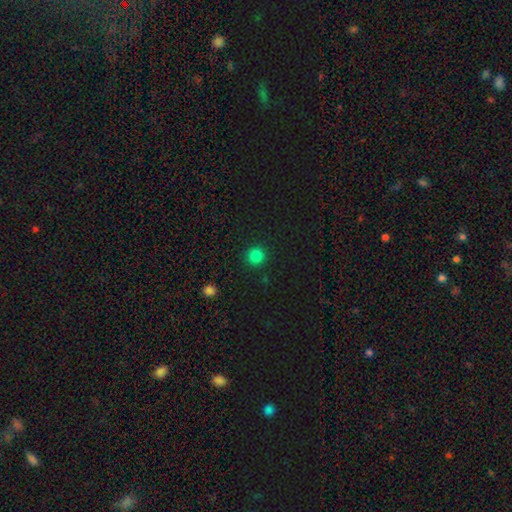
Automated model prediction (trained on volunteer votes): A smooth galaxy with no disk features (83%) that is round (94%).

Vote fractions:
- Smooth or featured? smooth: 83% / star or artifact: 14% / featured or disk: 3%
- How rounded? round: 94% / in between: 5% / cigar-shaped: 1%
- Merging? none: 91% / minor disturbance: 5% / major disturbance: 2% / merger: 1%